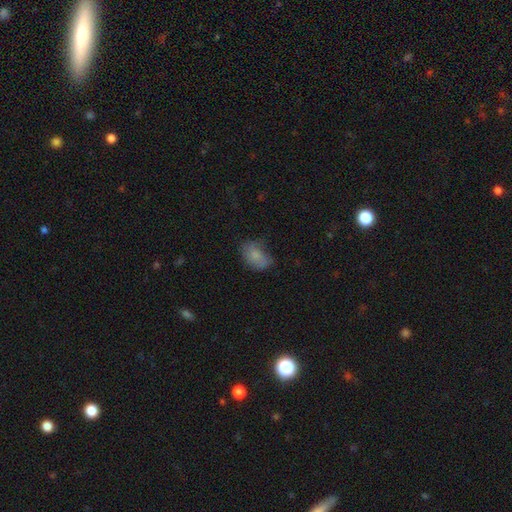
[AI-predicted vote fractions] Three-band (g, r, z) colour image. It shows a smooth galaxy with no disk features (76%) that is in between round and cigar-shaped (86%). Merging: none (49%).